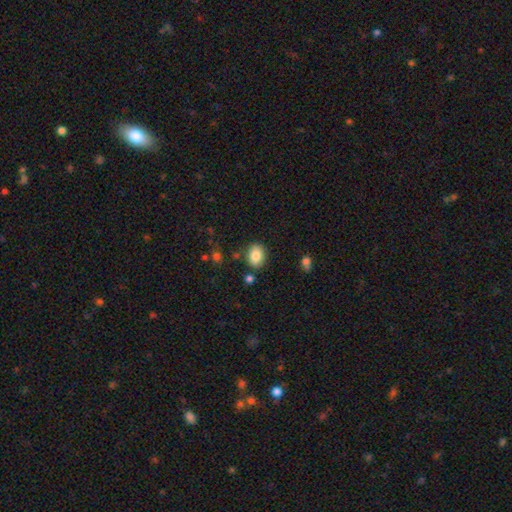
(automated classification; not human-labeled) This appears to be a smooth galaxy with no disk features (85%) that is in between round and cigar-shaped (73%). Merging: none (83%).